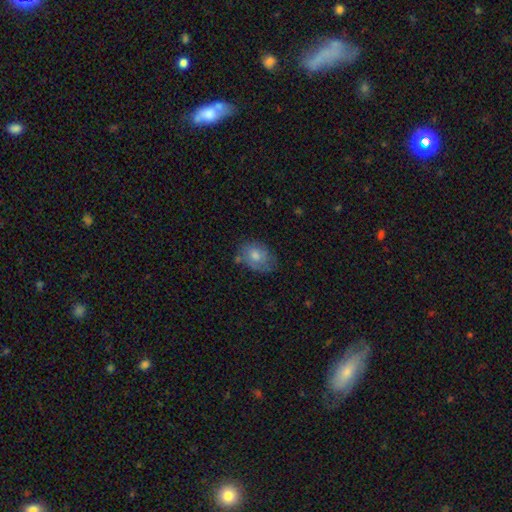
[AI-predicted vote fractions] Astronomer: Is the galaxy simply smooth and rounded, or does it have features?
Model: smooth — 69%.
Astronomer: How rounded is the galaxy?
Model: in between — 73%.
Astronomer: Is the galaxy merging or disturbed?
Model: none — 57%.